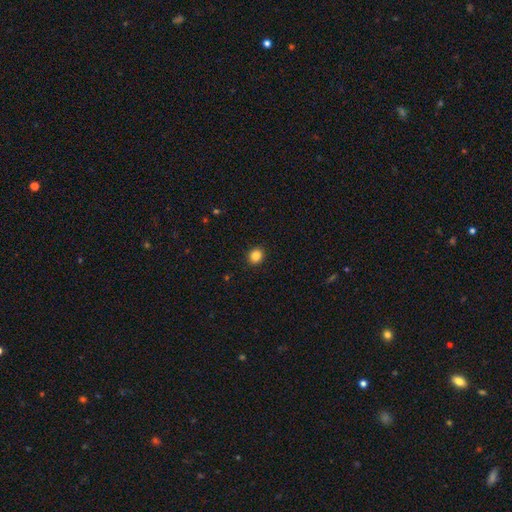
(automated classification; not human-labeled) smooth-or-featured: smooth: 86% | star or artifact: 11% | featured or disk: 3%
  how-rounded: round: 78% | in between: 21% | cigar-shaped: 1%
  merging: none: 92% | minor disturbance: 5% | major disturbance: 2% | merger: 1%